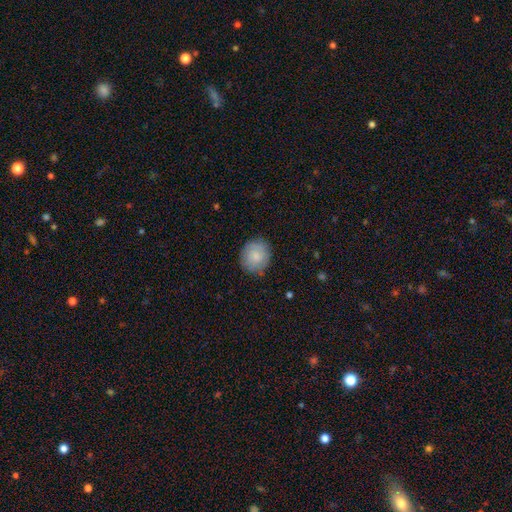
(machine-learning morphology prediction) smooth_or_featured: smooth (p=0.82) [alt: featured or disk p=0.11]
how_rounded: round (p=0.79) [alt: in between p=0.20]
merging: none (p=0.81) [alt: minor disturbance p=0.15]